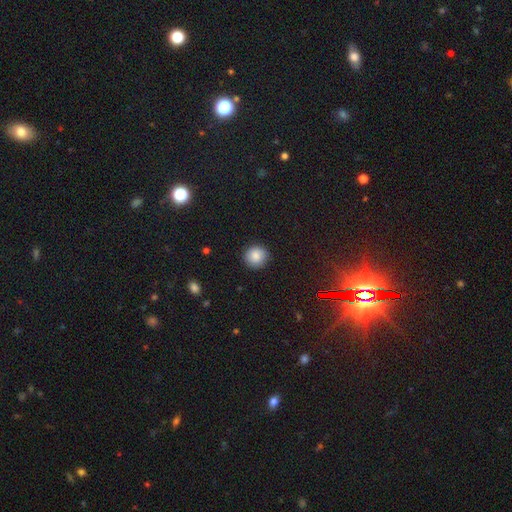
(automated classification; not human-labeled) smooth-or-featured: smooth: 85% | star or artifact: 10% | featured or disk: 5%
  how-rounded: round: 94% | in between: 5% | cigar-shaped: 1%
  merging: none: 90% | minor disturbance: 7% | major disturbance: 2% | merger: 1%